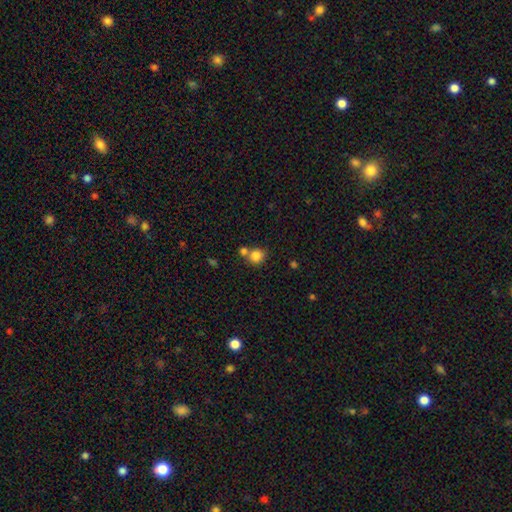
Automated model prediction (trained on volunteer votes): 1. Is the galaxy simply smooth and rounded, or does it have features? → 83% smooth, 10% star or artifact, 6% featured or disk.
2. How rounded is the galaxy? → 84% round, 15% in between, 1% cigar-shaped.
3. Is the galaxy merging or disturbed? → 56% none, 31% merger, 9% minor disturbance, 4% major disturbance.